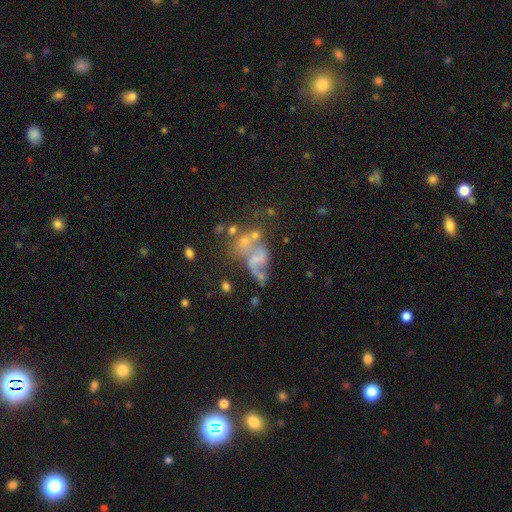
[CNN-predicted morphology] This appears to be a featured or disk galaxy (58%) with no bar (80%), no spiral arms (71%) and no central bulge (66%). Merging: major disturbance (33%, tied with merger).